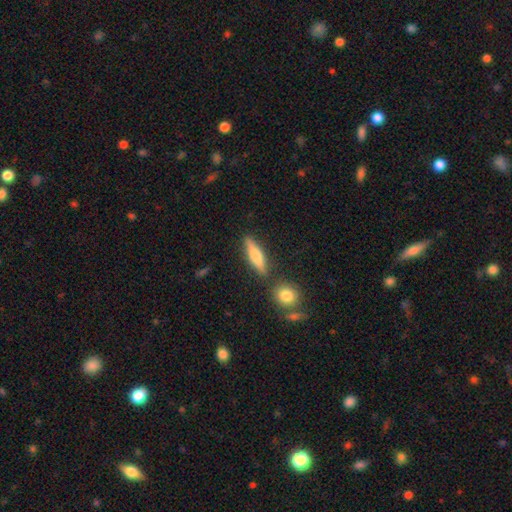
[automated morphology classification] Smooth or featured? smooth (55%)
How rounded? cigar-shaped (72%)
Merging? none (80%)